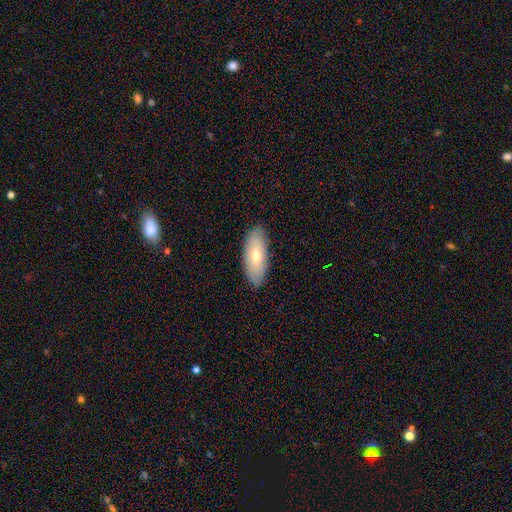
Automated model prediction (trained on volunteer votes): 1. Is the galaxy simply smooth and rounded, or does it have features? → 72% smooth, 22% featured or disk, 6% star or artifact.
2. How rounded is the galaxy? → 78% in between, 20% cigar-shaped, 2% round.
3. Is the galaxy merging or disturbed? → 86% none, 11% minor disturbance, 2% major disturbance, 1% merger.